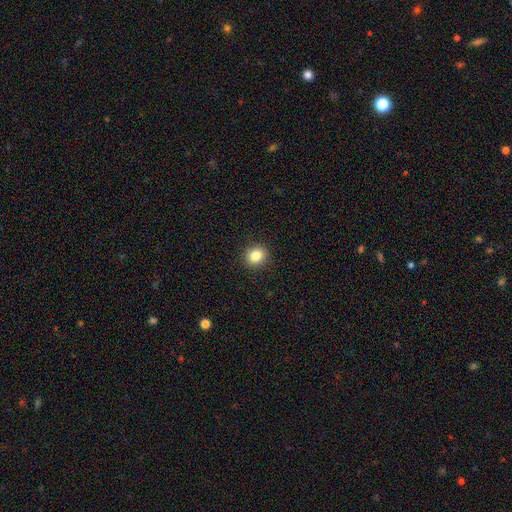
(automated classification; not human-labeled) This is clearly a smooth galaxy (83%). How rounded: clearly round (82%). Merging: clearly none (91%).